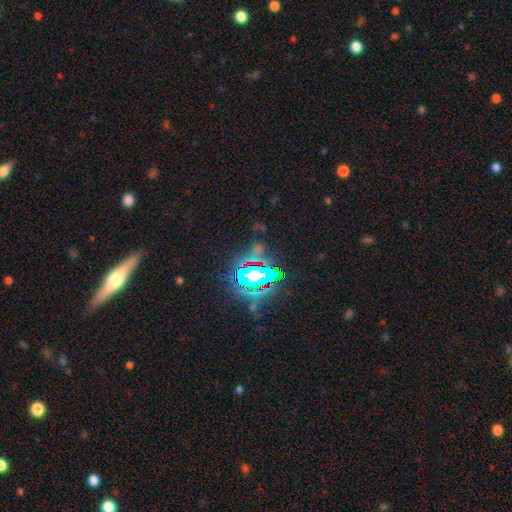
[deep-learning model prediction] The model was most divided on "smooth or featured": star or artifact: 76%, smooth: 13%, featured or disk: 11%.